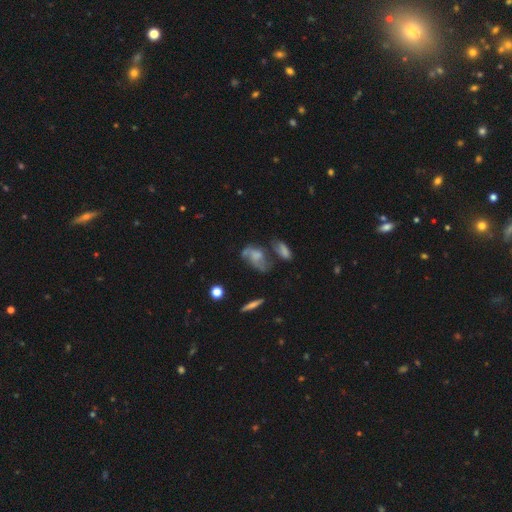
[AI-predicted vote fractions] smooth-or-featured: featured or disk: 52% | smooth: 36% | star or artifact: 11%
  disk-edge-on: no: 90% | yes: 10%
  merging: none: 35% | major disturbance: 22% | minor disturbance: 22% | merger: 21%